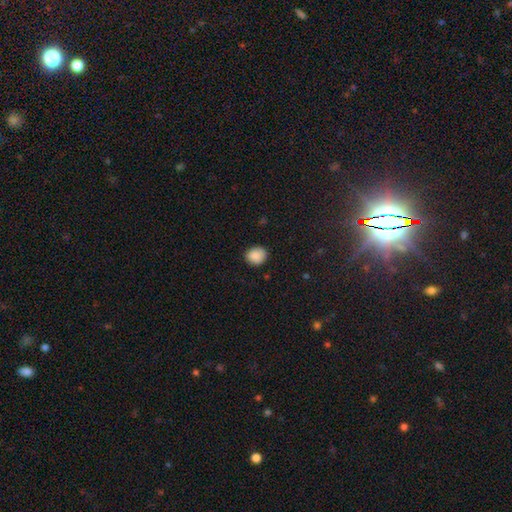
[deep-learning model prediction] The model was most divided on "how rounded": round: 72%, in between: 27%, cigar-shaped: 1%. More confident: smooth or featured — smooth (88%); merging — none (85%).